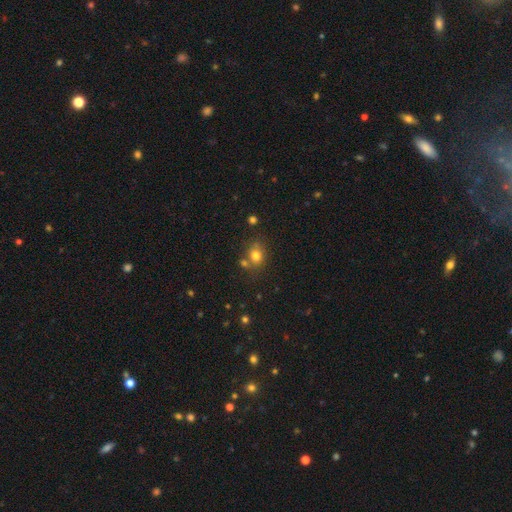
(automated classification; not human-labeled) smooth 77%, star or artifact 14%, featured or disk 10%. Down the decision tree: how rounded — round (60%); merging — none (63%).